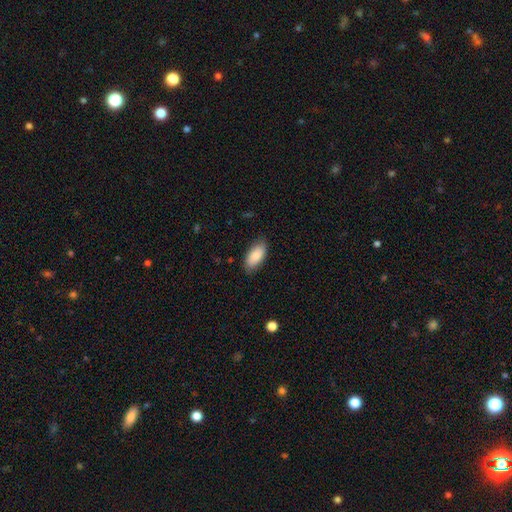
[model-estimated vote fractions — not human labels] Morphology: type=smooth (85%); roundness=in between (92%); merging=none (82%).